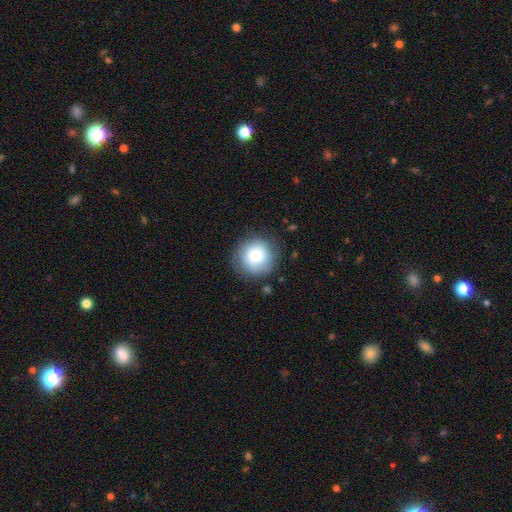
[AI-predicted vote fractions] The model was most divided on "smooth or featured": smooth: 81%, featured or disk: 12%, star or artifact: 7%. More confident: how rounded — round (93%); merging — none (83%).